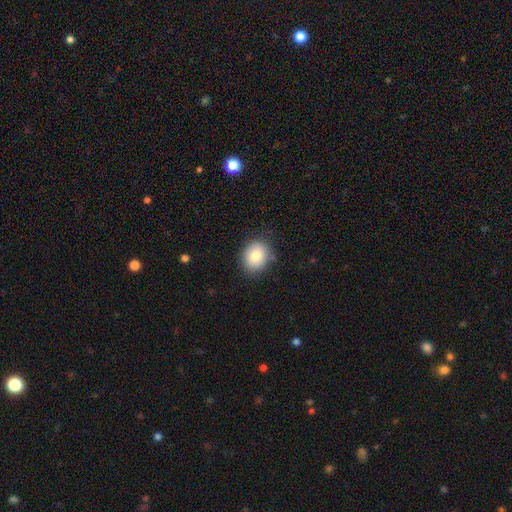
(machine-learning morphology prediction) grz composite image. It shows a smooth galaxy with no disk features (82%) that is round (58%). Merging: none (83%).